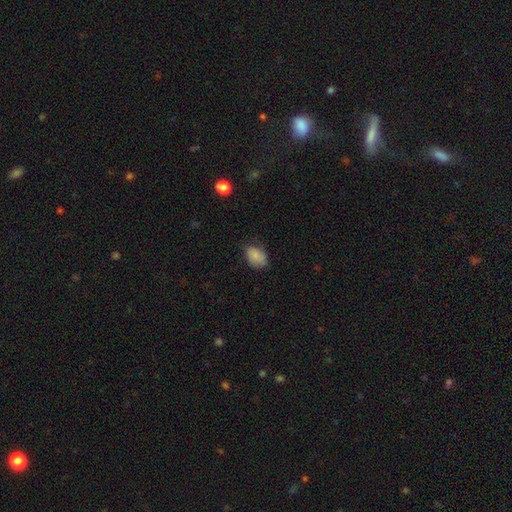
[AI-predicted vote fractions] smooth_or_featured: smooth (p=0.82) [alt: featured or disk p=0.10]
how_rounded: in between (p=0.82) [alt: round p=0.17]
merging: none (p=0.66) [alt: minor disturbance p=0.27]